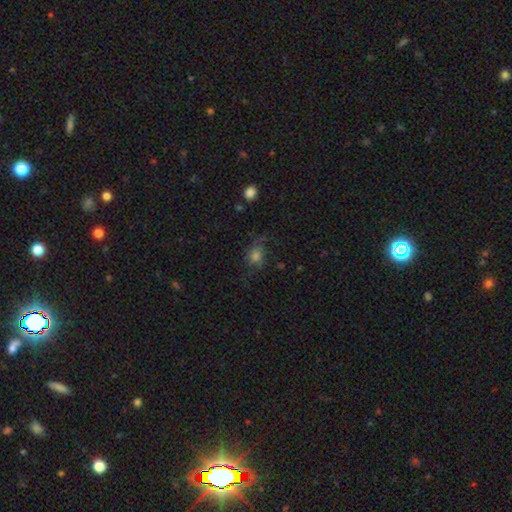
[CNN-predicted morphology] smooth 55%, featured or disk 27%, star or artifact 18%. Down the decision tree: how rounded — round (56%); merging — none (54%).